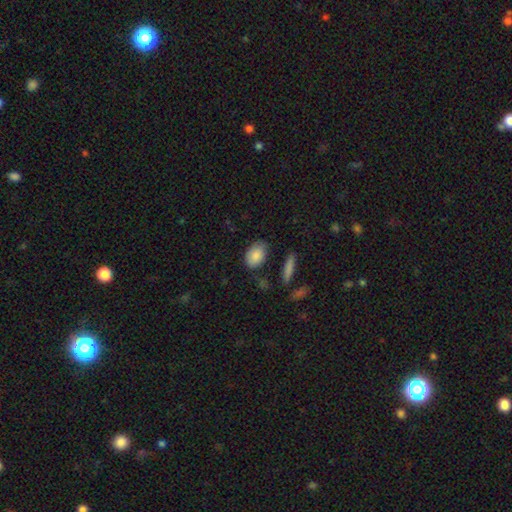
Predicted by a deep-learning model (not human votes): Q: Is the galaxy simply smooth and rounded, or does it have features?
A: smooth — 86%.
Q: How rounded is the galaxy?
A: in between — 87%.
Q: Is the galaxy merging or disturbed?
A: none — 74%.